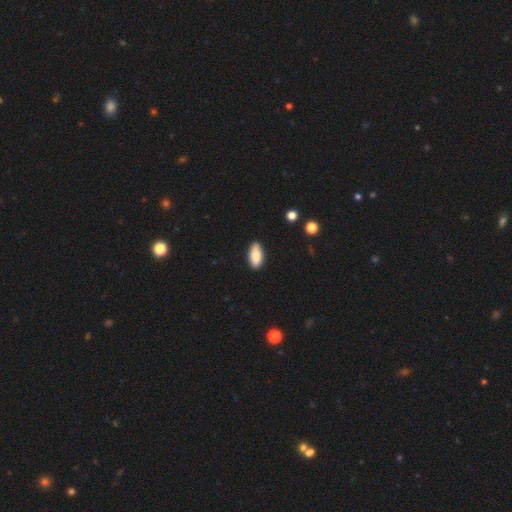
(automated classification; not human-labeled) Overall: smooth (84%). How rounded: in between (85%). Merging: none (87%).